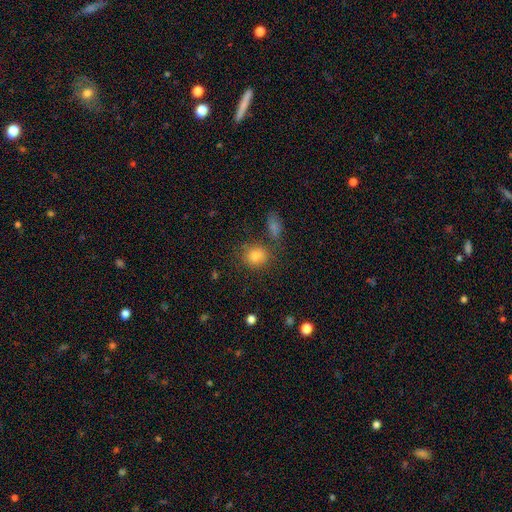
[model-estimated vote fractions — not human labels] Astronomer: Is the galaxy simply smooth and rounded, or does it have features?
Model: smooth — 78%.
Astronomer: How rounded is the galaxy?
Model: round — 68%.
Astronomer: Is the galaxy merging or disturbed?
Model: none — 69%.